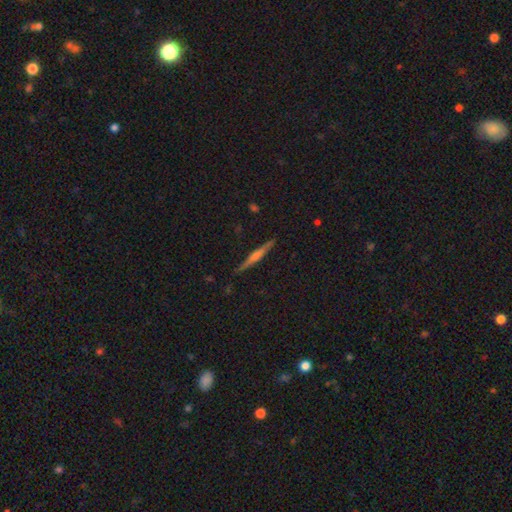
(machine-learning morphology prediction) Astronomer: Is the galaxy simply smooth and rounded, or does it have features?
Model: featured or disk — 70%.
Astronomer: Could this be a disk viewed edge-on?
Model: yes — 98%.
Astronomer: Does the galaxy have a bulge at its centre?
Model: rounded — 63%.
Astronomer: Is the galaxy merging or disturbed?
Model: none — 91%.